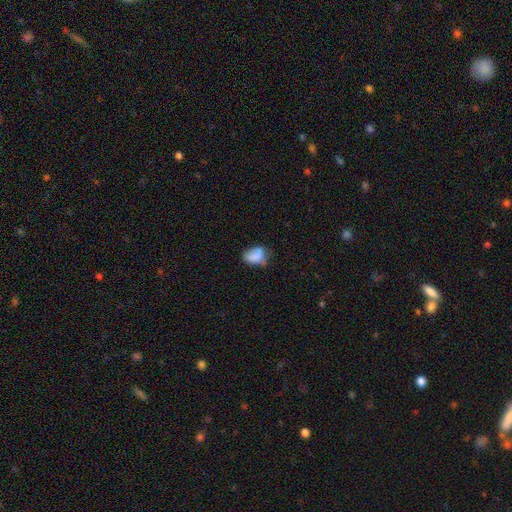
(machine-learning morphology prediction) A smooth galaxy with no disk features (77%) that is in between round and cigar-shaped (81%). Merging: none (43%).